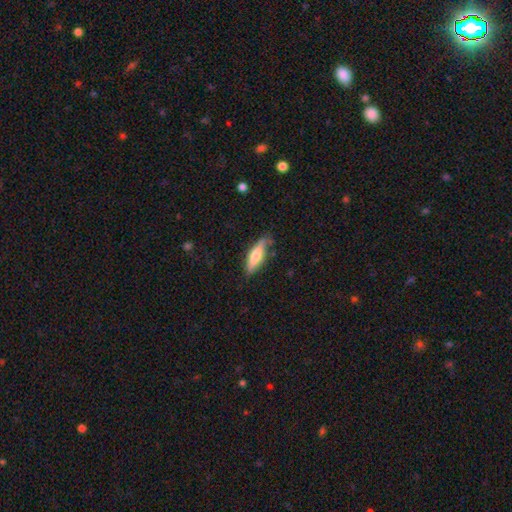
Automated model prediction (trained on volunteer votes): smooth_or_featured: smooth (p=0.53) [alt: featured or disk p=0.41]
how_rounded: cigar-shaped (p=0.59) [alt: in between p=0.39]
merging: none (p=0.75) [alt: minor disturbance p=0.18]